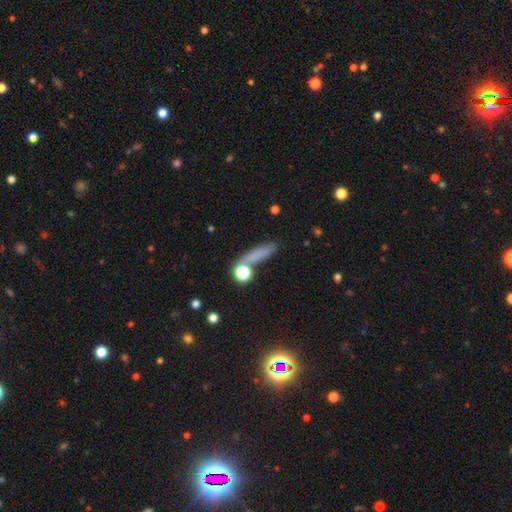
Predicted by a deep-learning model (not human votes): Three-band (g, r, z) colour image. It shows a smooth galaxy with no disk features (70%) that is cigar-shaped (69%). Merging: none (68%).